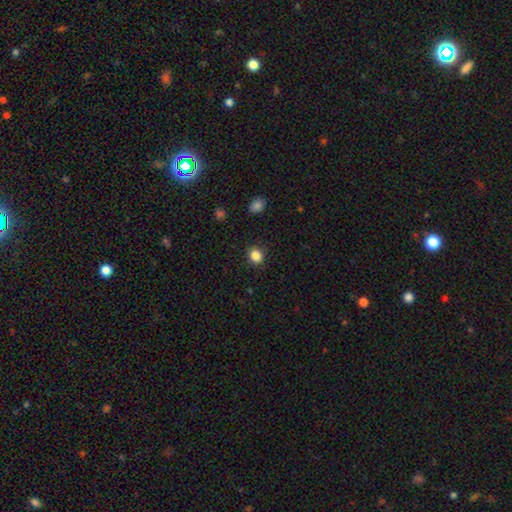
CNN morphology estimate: A smooth galaxy with no disk features (85%) that is round (71%). Merging: none (89%).